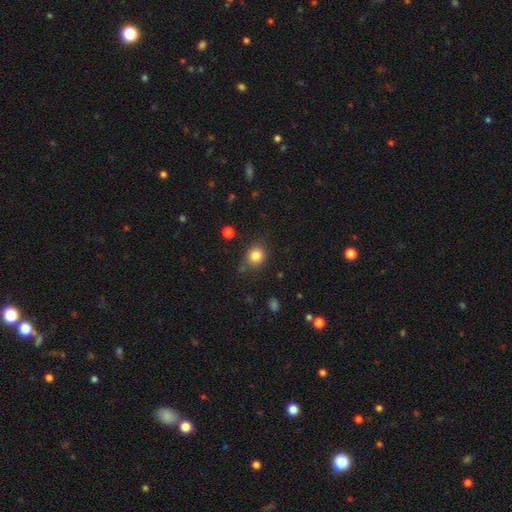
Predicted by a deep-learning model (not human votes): Smooth or featured? Predicted: smooth (p=0.83). How rounded? Predicted: round (p=0.74). Merging? Predicted: none (p=0.80).